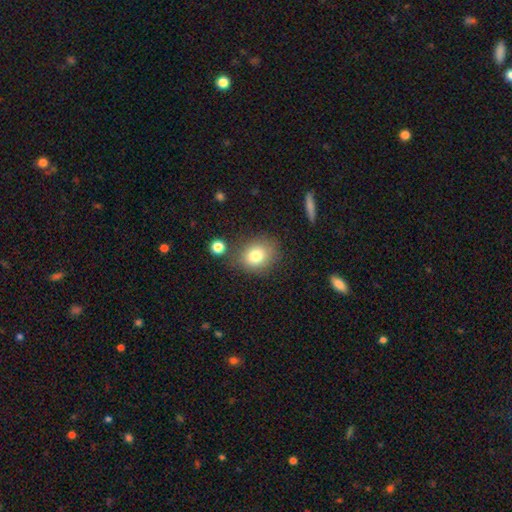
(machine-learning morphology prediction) type=smooth (78%); roundness=round (65%); merging=none (76%).